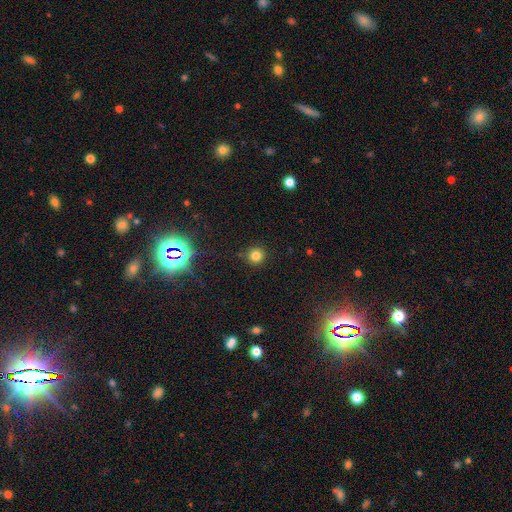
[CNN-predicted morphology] Smooth or featured? Predicted: smooth (p=0.79). How rounded? Predicted: round (p=0.94). Merging? Predicted: none (p=0.90).